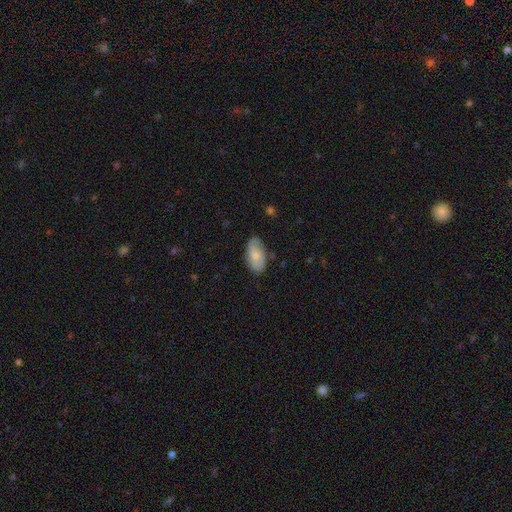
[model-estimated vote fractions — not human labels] smooth_or_featured: smooth (p=0.70) [alt: featured or disk p=0.24]
how_rounded: in between (p=0.94) [alt: round p=0.03]
merging: none (p=0.74) [alt: minor disturbance p=0.20]